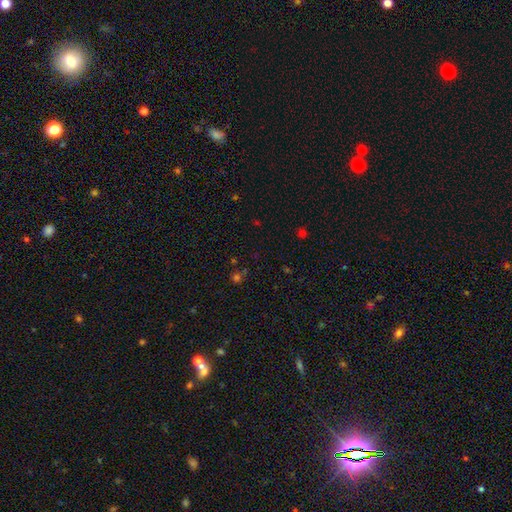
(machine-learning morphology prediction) star or artifact 49%, smooth 43%, featured or disk 7%.